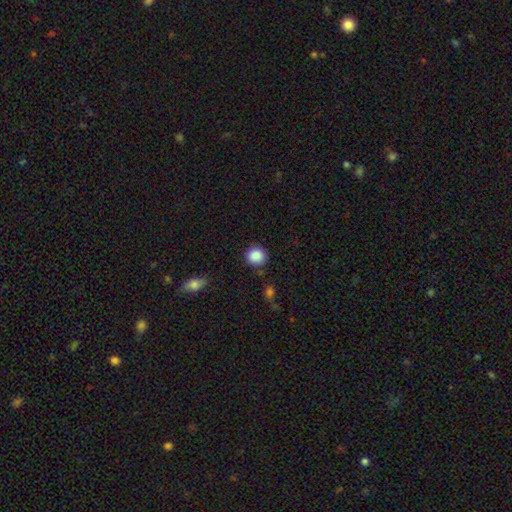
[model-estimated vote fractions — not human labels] smooth 88%, star or artifact 9%, featured or disk 3%. Down the decision tree: how rounded — round (89%); merging — none (87%).